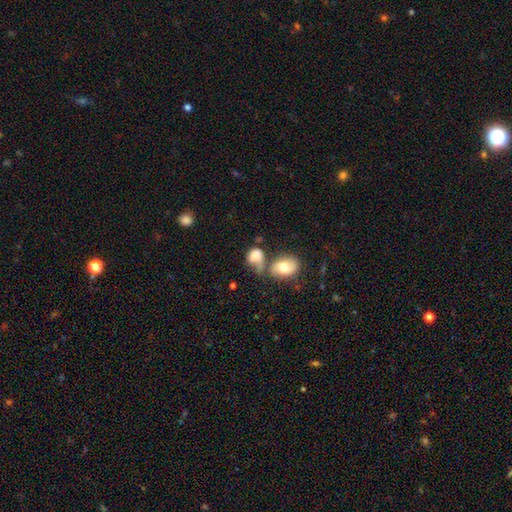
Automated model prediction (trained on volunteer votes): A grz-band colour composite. It shows a smooth galaxy with no disk features (72%) that is in between round and cigar-shaped (68%). Merging: merger (45%).